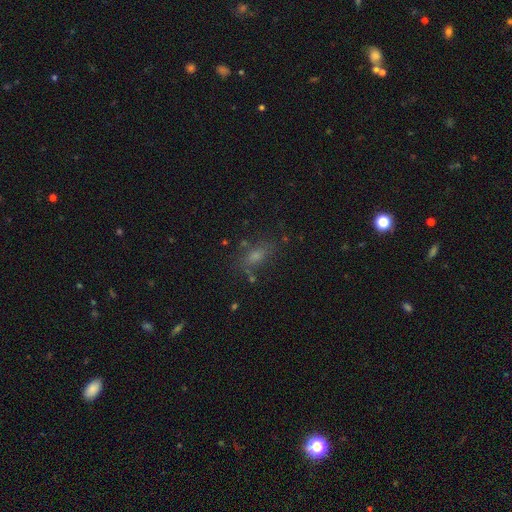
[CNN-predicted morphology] Smooth or featured? smooth (64%)
How rounded? in between (71%)
Merging? none (70%)